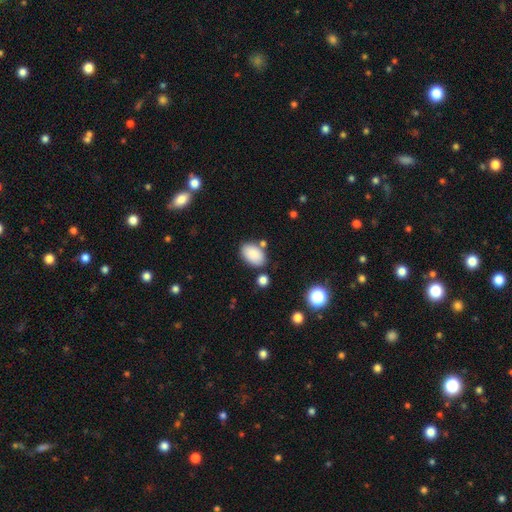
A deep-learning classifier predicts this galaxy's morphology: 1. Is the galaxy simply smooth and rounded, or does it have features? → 87% smooth, 8% star or artifact, 5% featured or disk.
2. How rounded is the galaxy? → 91% in between, 8% round, 1% cigar-shaped.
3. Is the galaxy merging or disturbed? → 73% none, 14% minor disturbance, 9% merger, 4% major disturbance.